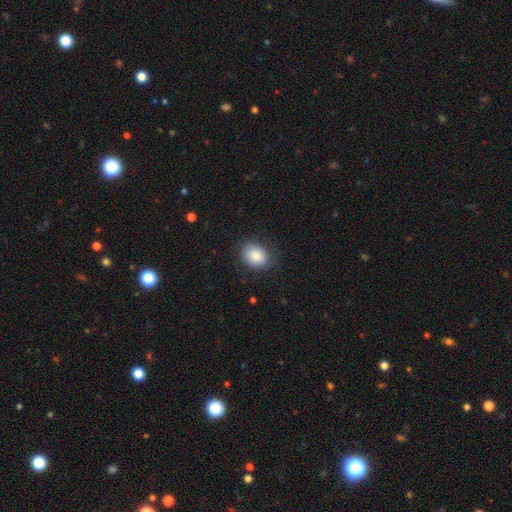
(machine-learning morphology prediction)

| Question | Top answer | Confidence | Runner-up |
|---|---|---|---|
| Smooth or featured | smooth | 84% | star or artifact (8%) |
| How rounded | round | 53% | in between (46%) |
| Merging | none | 80% | minor disturbance (15%) |